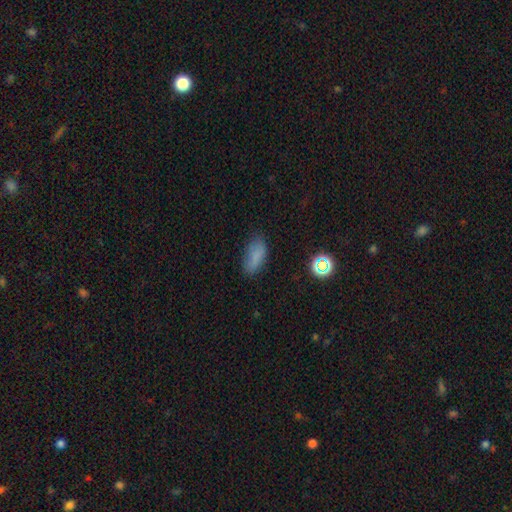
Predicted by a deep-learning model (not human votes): Smooth or featured?
  - smooth: 80% *
  - star or artifact: 13%
  - featured or disk: 8%
How rounded?
  - in between: 85% *
  - cigar-shaped: 11%
  - round: 4%
Merging?
  - none: 73% *
  - minor disturbance: 20%
  - major disturbance: 5%
  - merger: 2%